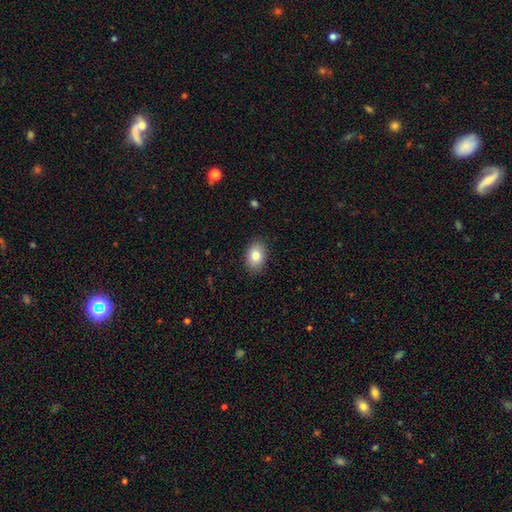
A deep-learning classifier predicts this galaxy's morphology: The model was most divided on "how rounded": in between: 78%, round: 21%, cigar-shaped: 1%. More confident: merging — none (88%); smooth or featured — smooth (81%).